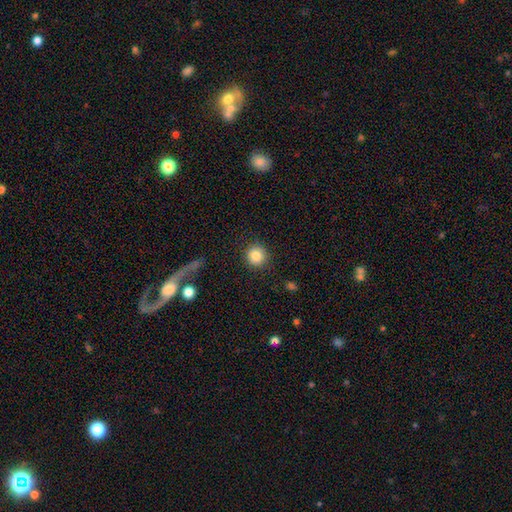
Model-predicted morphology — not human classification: Smooth or featured? smooth (86%)
How rounded? round (93%)
Merging? none (89%)